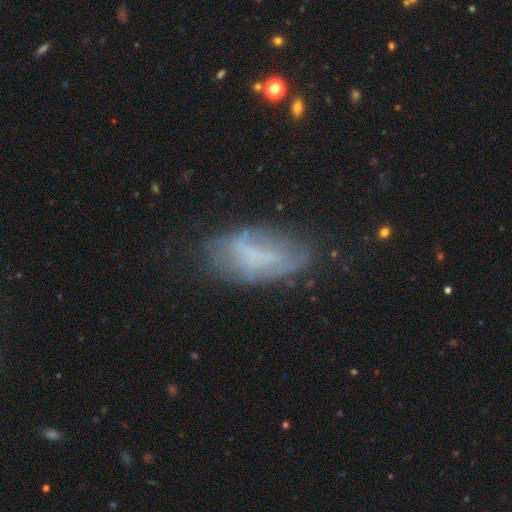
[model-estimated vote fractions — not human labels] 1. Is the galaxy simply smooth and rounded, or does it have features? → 45% smooth, 44% featured or disk, 11% star or artifact.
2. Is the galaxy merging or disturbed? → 50% none, 29% minor disturbance, 17% major disturbance, 4% merger.